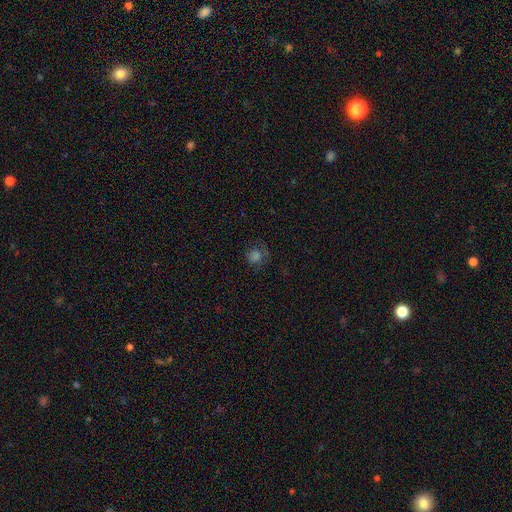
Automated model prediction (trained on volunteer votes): The model was most divided on "smooth or featured": smooth: 57%, star or artifact: 26%, featured or disk: 17%. More confident: how rounded — round (78%); merging — none (64%).